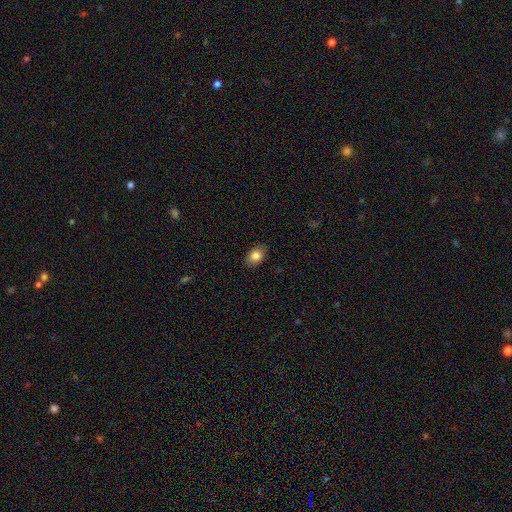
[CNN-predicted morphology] The model was most divided on "how rounded": in between: 82%, round: 17%, cigar-shaped: 1%. More confident: merging — none (87%); smooth or featured — smooth (85%).